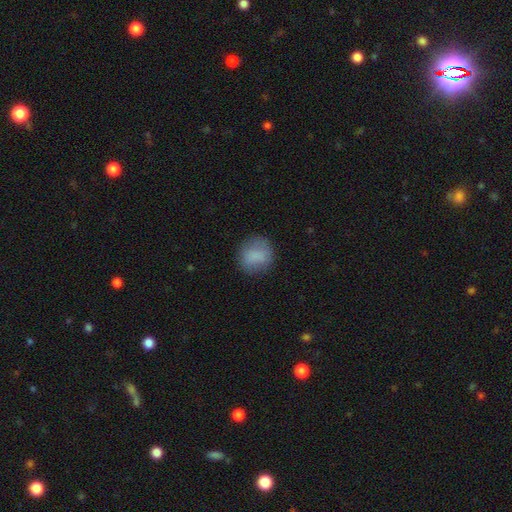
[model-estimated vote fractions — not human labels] Smooth or featured?
  - smooth: 83% *
  - featured or disk: 9%
  - star or artifact: 8%
How rounded?
  - round: 81% *
  - in between: 18%
  - cigar-shaped: 1%
Merging?
  - none: 80% *
  - minor disturbance: 14%
  - major disturbance: 5%
  - merger: 1%